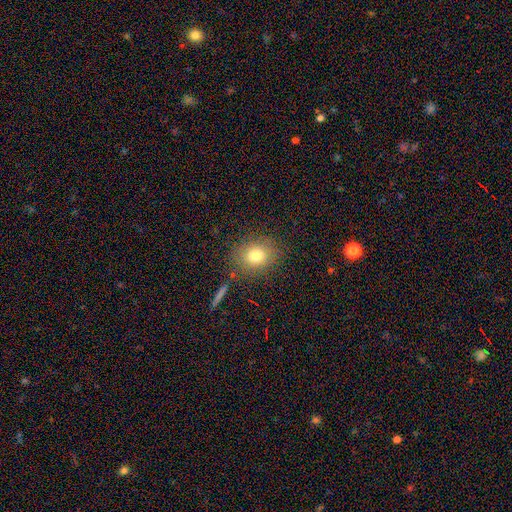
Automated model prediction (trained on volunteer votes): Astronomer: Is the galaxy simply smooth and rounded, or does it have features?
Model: smooth — 78%.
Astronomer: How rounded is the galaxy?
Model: round — 69%.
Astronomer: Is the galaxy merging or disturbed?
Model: none — 82%.